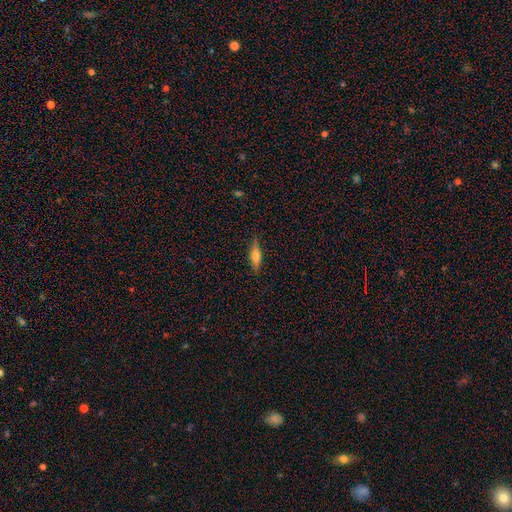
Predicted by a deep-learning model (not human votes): This is possibly a smooth galaxy (54%). How rounded: likely cigar-shaped (62%). Merging: clearly none (86%).